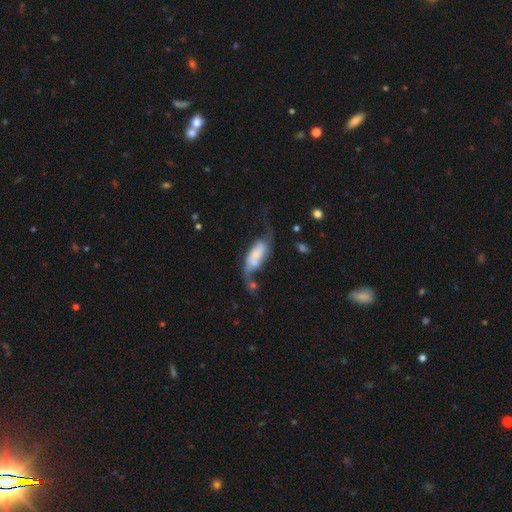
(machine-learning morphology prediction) Smooth or featured? Predicted: featured or disk (p=0.56). Edge-on disk? Predicted: no (p=0.89). Bar? Predicted: no (p=0.56). Spiral arms? Predicted: yes (p=0.75). Bulge size? Predicted: small (p=0.34). Merging? Predicted: major disturbance (p=0.35).